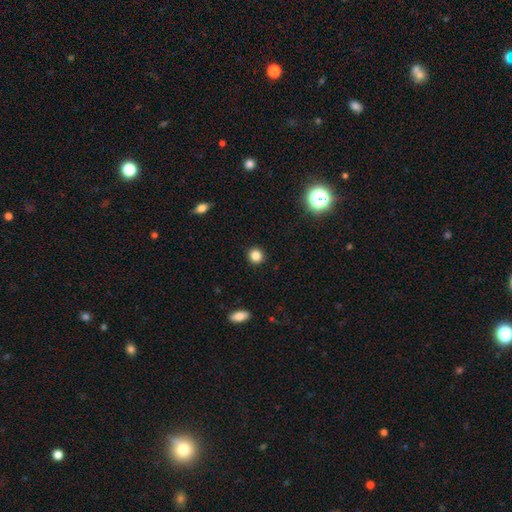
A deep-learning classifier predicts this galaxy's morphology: This is clearly a smooth galaxy (84%). How rounded: clearly round (89%). Merging: clearly none (92%).